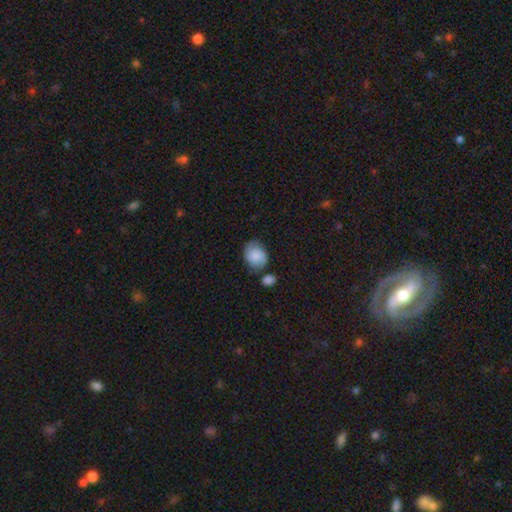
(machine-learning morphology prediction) A smooth galaxy with no disk features (77%) that is round (51%). Merging: none (60%).